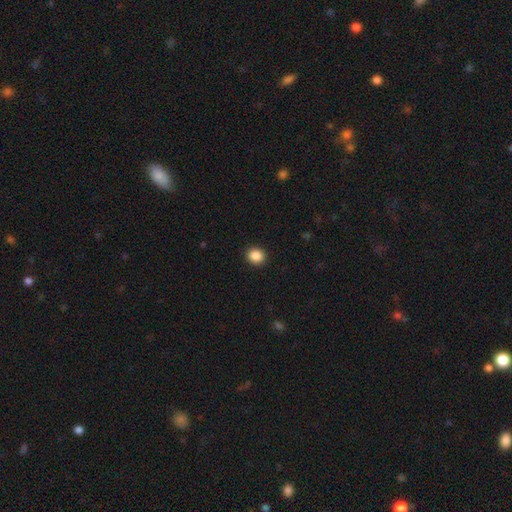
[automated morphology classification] Smooth or featured? Predicted: smooth (p=0.88). How rounded? Predicted: round (p=0.80). Merging? Predicted: none (p=0.92).